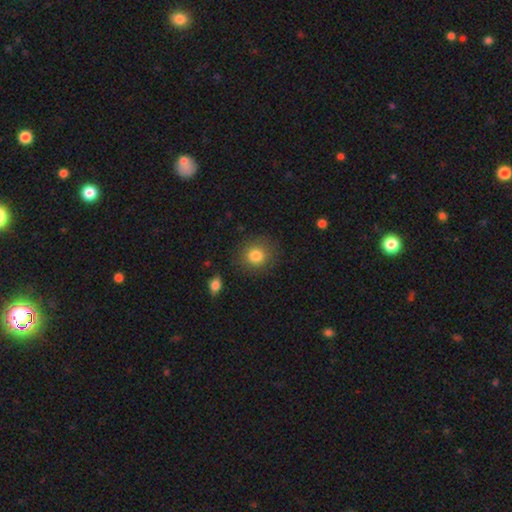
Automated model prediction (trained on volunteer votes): Smooth or featured?
  - smooth: 83% *
  - star or artifact: 10%
  - featured or disk: 7%
How rounded?
  - round: 84% *
  - in between: 15%
  - cigar-shaped: 1%
Merging?
  - none: 84% *
  - minor disturbance: 10%
  - major disturbance: 4%
  - merger: 2%